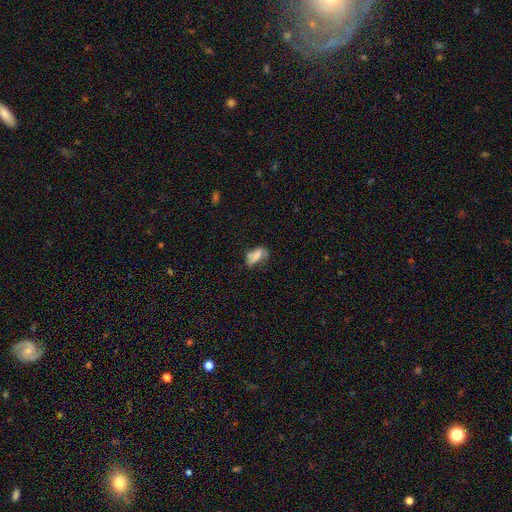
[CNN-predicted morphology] Smooth or featured? smooth (62%)
How rounded? in between (86%)
Merging? none (35%)